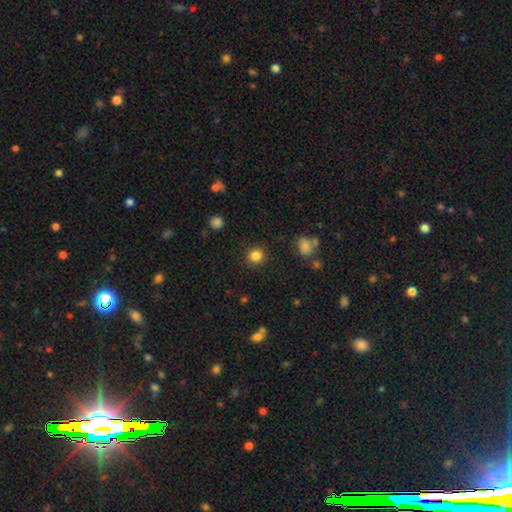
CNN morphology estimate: Smooth or featured?
  - smooth: 84% *
  - star or artifact: 12%
  - featured or disk: 4%
How rounded?
  - round: 92% *
  - in between: 8%
  - cigar-shaped: 1%
Merging?
  - none: 90% *
  - minor disturbance: 6%
  - major disturbance: 2%
  - merger: 1%